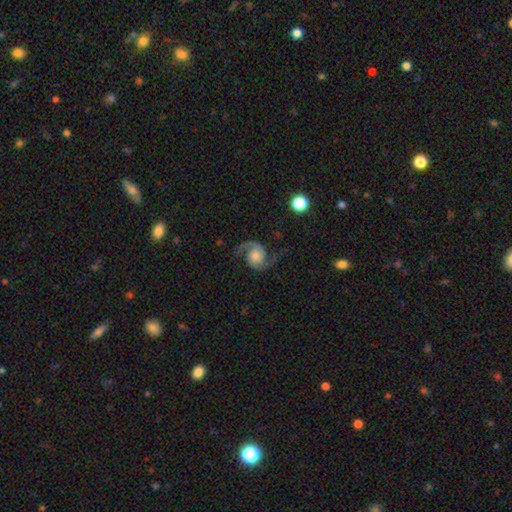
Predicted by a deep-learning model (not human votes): The model was most divided on "bulge size": large: 32%, moderate: 26%, none: 18%, small: 14%, dominant: 11%. More confident: edge-on disk — no (98%); spiral arms — yes (98%); spiral arm count — 2 (94%); smooth or featured — featured or disk (87%); merging — none (76%); bar — no (74%); spiral winding — loose (51%).